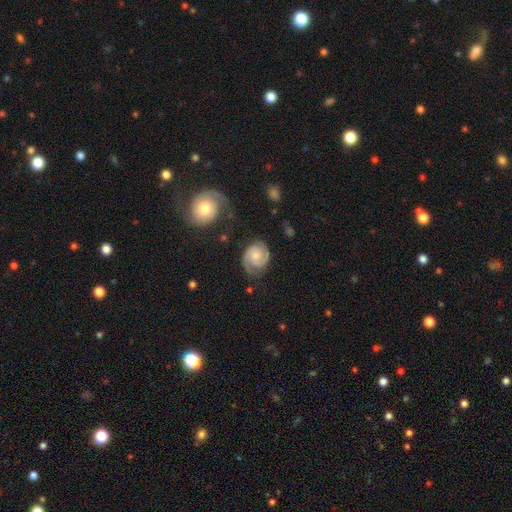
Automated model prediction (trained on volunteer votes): featured or disk 80%, smooth 14%, star or artifact 6%. Down the decision tree: edge-on disk — no (98%); bar — no (66%); spiral arms — yes (97%); spiral arm count — 2 (86%); spiral winding — tight (53%); bulge size — small (40%); merging — none (72%).